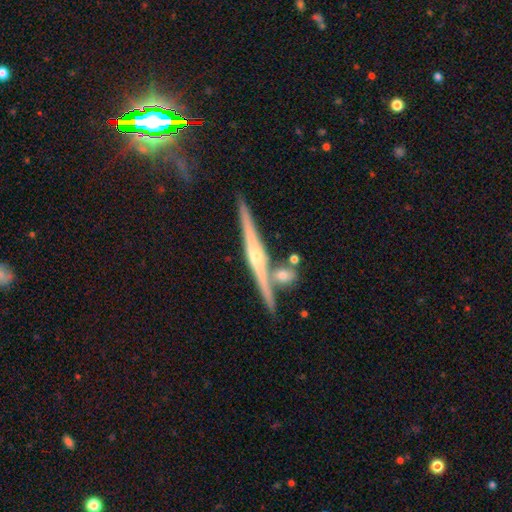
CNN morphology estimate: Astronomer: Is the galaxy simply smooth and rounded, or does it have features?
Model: featured or disk — 79%.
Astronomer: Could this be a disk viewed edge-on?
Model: yes — 97%.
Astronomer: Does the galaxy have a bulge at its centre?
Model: rounded — 75%.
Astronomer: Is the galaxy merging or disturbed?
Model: none — 77%.